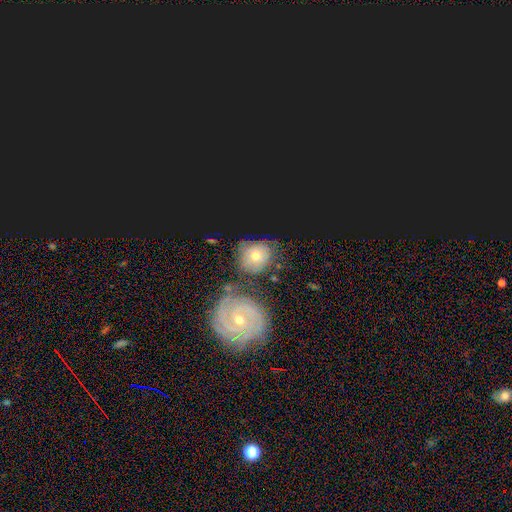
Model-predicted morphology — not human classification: type=smooth (48%); merging=none (60%).